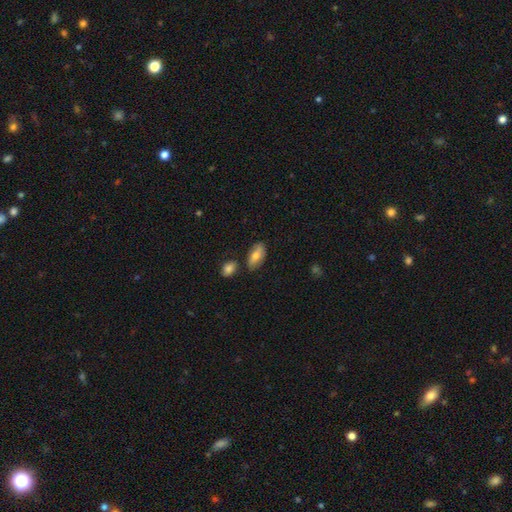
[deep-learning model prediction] smooth-or-featured: smooth: 69% | featured or disk: 24% | star or artifact: 7%
  how-rounded: in between: 89% | cigar-shaped: 7% | round: 4%
  merging: none: 76% | minor disturbance: 15% | merger: 6% | major disturbance: 3%